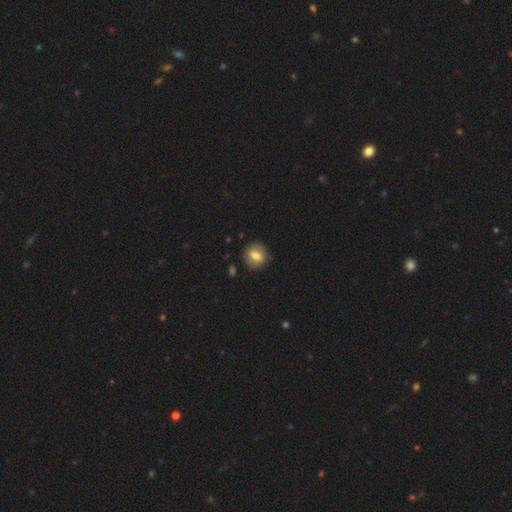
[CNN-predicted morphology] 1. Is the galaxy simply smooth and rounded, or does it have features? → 71% smooth, 21% featured or disk, 8% star or artifact.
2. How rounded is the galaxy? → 76% round, 23% in between, 1% cigar-shaped.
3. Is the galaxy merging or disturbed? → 86% none, 10% minor disturbance, 3% major disturbance, 1% merger.